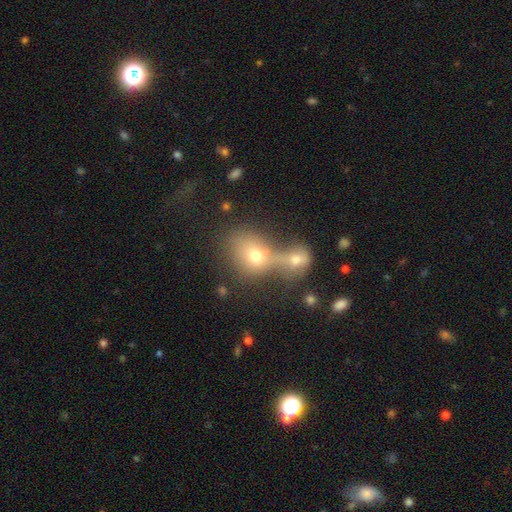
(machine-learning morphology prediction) Smooth or featured?
  - smooth: 68% *
  - featured or disk: 19%
  - star or artifact: 14%
How rounded?
  - round: 59% *
  - in between: 39%
  - cigar-shaped: 1%
Merging?
  - merger: 66% *
  - none: 19%
  - major disturbance: 8%
  - minor disturbance: 6%